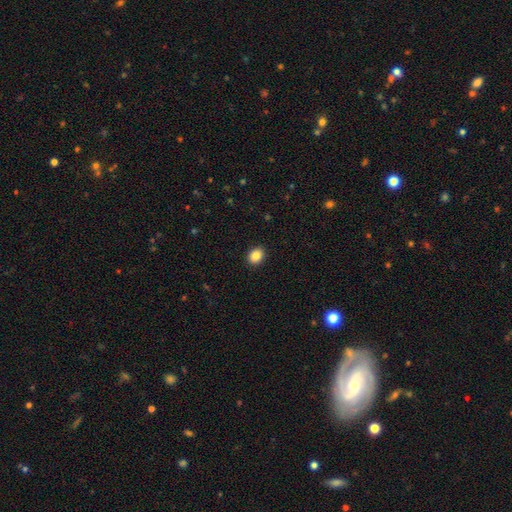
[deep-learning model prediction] Smooth or featured? smooth (87%)
How rounded? round (52%)
Merging? none (92%)